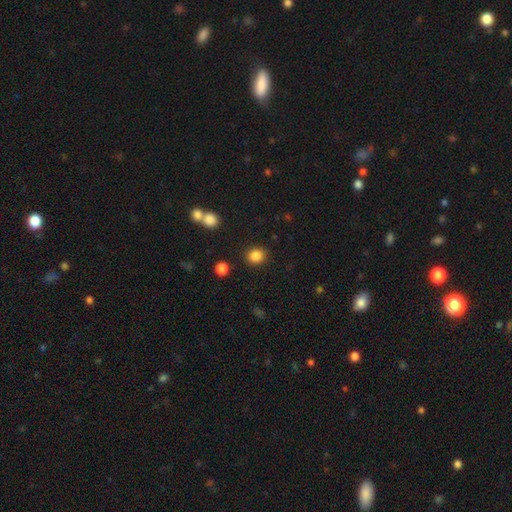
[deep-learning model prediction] smooth 85%, star or artifact 11%, featured or disk 4%. Down the decision tree: how rounded — round (80%); merging — none (88%).